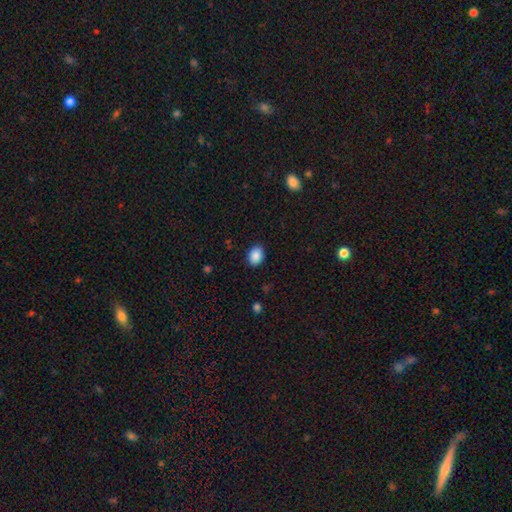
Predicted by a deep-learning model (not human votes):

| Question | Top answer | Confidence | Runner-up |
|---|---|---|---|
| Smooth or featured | smooth | 89% | star or artifact (8%) |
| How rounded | in between | 72% | round (27%) |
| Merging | none | 88% | minor disturbance (9%) |